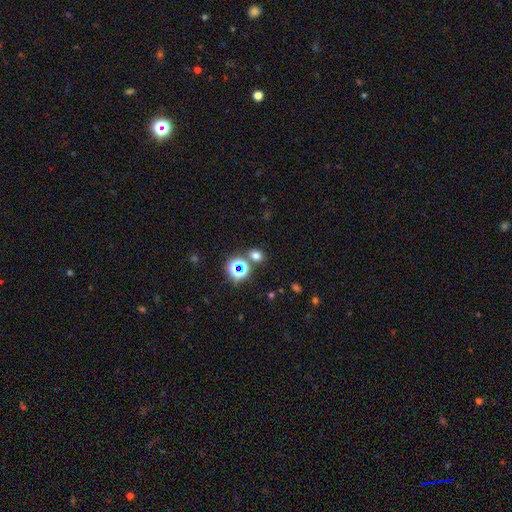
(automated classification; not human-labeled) Q: Smooth or featured?
A: smooth (64%); runner-up: star or artifact (29%)
Q: How rounded?
A: round (61%); runner-up: in between (38%)
Q: Merging?
A: none (76%); runner-up: merger (12%)